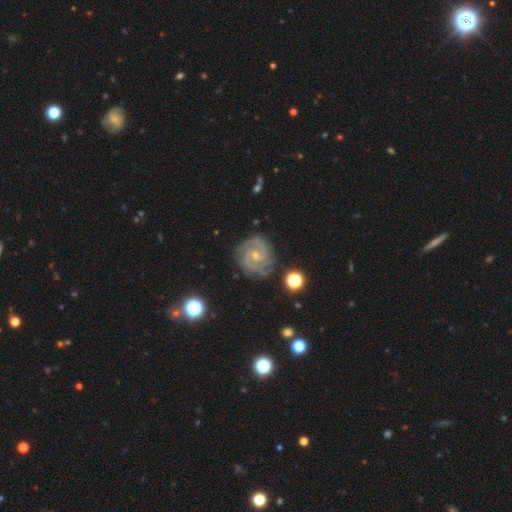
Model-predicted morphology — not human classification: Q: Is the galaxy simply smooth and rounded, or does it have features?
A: featured or disk — 91%.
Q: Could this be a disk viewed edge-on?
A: no — 98%.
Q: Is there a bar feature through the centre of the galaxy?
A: no — 64%.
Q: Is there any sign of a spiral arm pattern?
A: yes — 99%.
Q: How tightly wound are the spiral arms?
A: tight — 68%.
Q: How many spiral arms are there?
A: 2 — 49%.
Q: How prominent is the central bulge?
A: small — 69%.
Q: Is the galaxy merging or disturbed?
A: none — 79%.